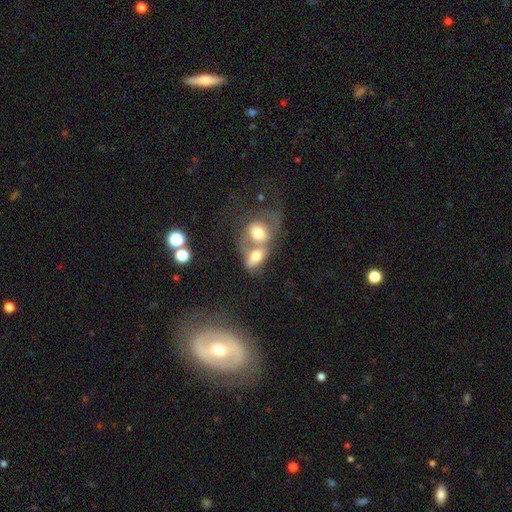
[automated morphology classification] Smooth or featured: smooth — 62% (featured or disk — 27%)
How rounded: in between — 70% (round — 27%)
Merging: merger — 71% (none — 15%)